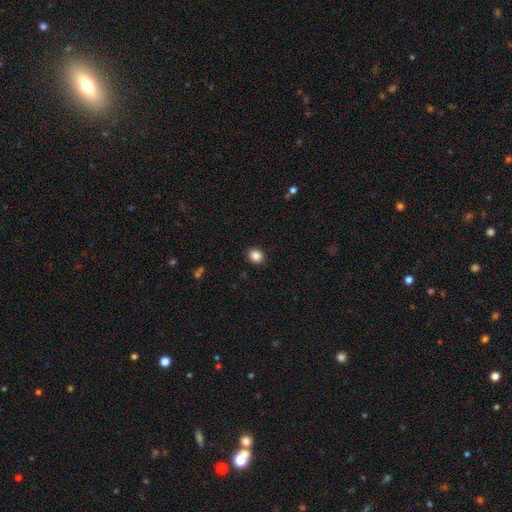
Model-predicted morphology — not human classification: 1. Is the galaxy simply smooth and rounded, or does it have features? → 87% smooth, 9% star or artifact, 4% featured or disk.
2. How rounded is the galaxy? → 71% round, 28% in between, 1% cigar-shaped.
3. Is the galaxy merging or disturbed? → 91% none, 6% minor disturbance, 2% major disturbance, 1% merger.